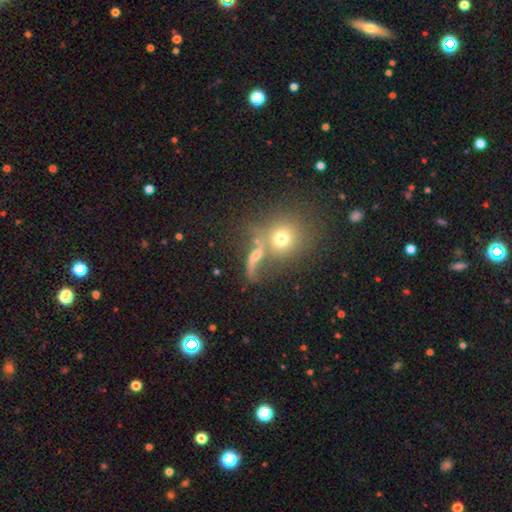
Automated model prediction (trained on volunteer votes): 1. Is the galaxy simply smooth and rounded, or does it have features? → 43% featured or disk, 40% smooth, 18% star or artifact.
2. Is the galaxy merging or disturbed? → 41% none, 33% merger, 13% minor disturbance, 13% major disturbance.